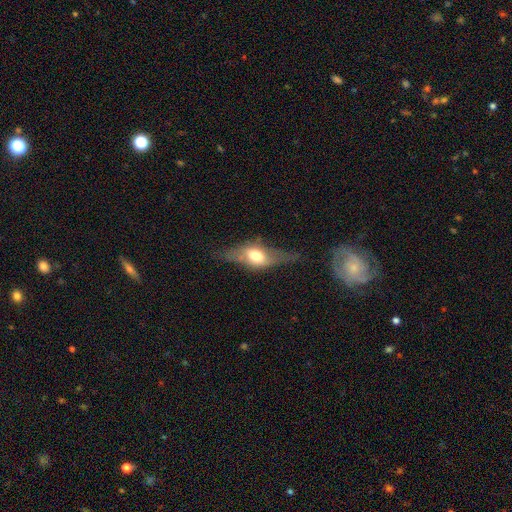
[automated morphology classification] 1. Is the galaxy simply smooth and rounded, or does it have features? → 48% featured or disk, 44% smooth, 8% star or artifact.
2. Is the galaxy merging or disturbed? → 52% none, 27% minor disturbance, 19% major disturbance, 2% merger.